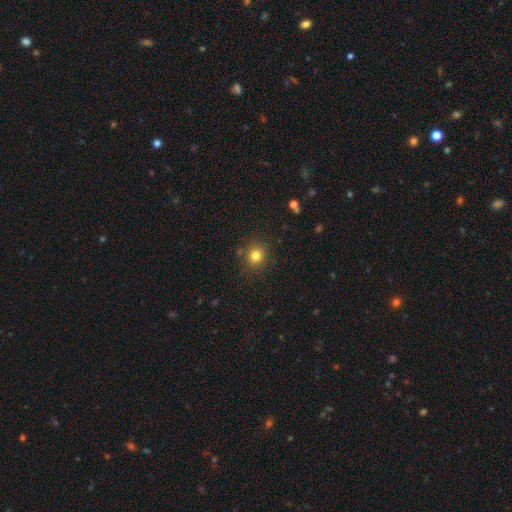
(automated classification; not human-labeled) Smooth or featured?
  - smooth: 80% *
  - star or artifact: 14%
  - featured or disk: 6%
How rounded?
  - round: 89% *
  - in between: 10%
  - cigar-shaped: 1%
Merging?
  - none: 85% *
  - minor disturbance: 9%
  - merger: 3%
  - major disturbance: 3%